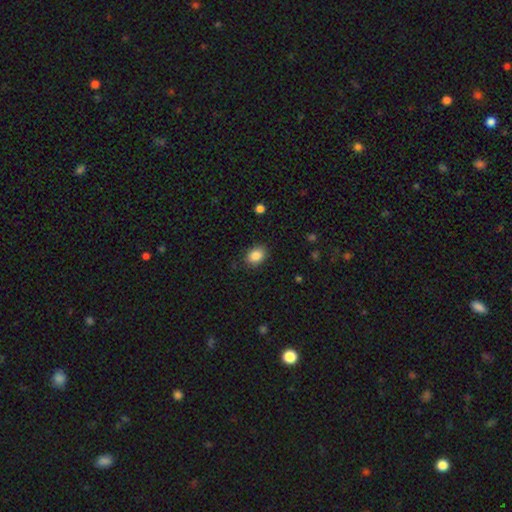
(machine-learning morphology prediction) The model was most divided on "how rounded": in between: 64%, round: 35%, cigar-shaped: 1%. More confident: smooth or featured — smooth (87%); merging — none (86%).